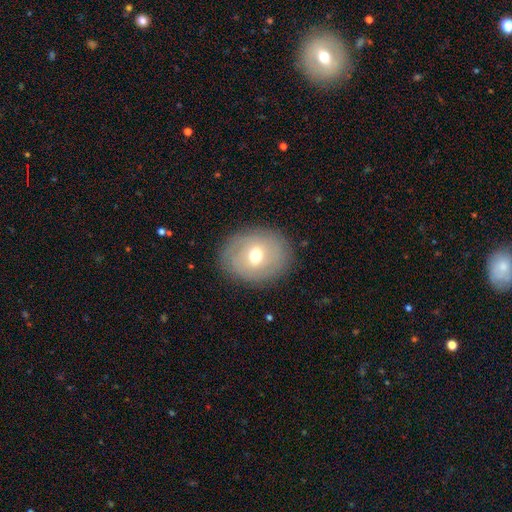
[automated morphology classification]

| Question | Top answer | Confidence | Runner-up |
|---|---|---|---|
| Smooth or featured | smooth | 54% | featured or disk (36%) |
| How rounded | round | 54% | in between (45%) |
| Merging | none | 84% | minor disturbance (11%) |